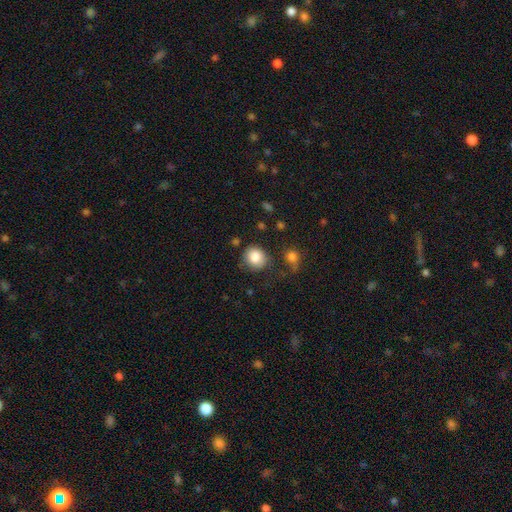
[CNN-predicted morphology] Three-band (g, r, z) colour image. It shows a smooth galaxy with no disk features (85%) that is round (81%). Merging: none (72%).